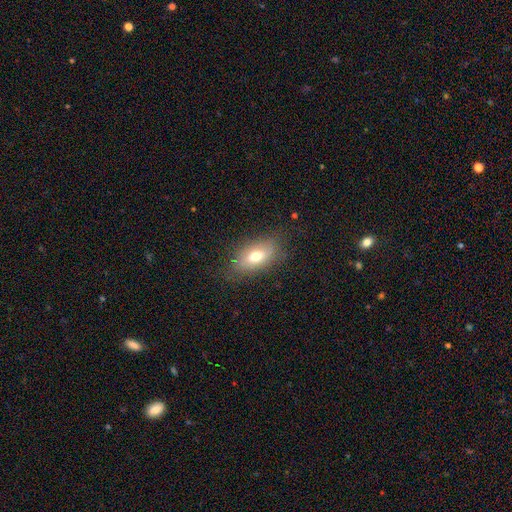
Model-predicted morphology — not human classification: Smooth or featured? smooth (69%)
How rounded? in between (87%)
Merging? none (78%)